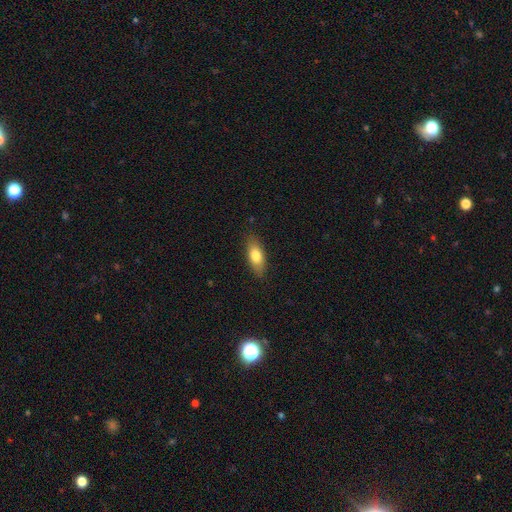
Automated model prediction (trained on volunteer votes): Q: Smooth or featured?
A: smooth (77%); runner-up: featured or disk (17%)
Q: How rounded?
A: in between (77%); runner-up: cigar-shaped (19%)
Q: Merging?
A: none (84%); runner-up: minor disturbance (12%)